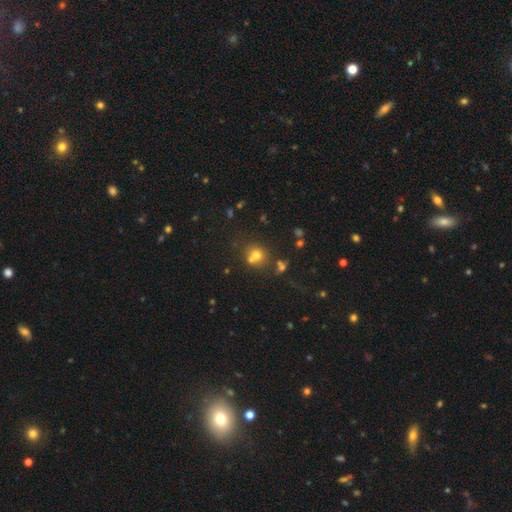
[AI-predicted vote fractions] Smooth or featured? Predicted: smooth (p=0.65). How rounded? Predicted: round (p=0.83). Merging? Predicted: none (p=0.50).